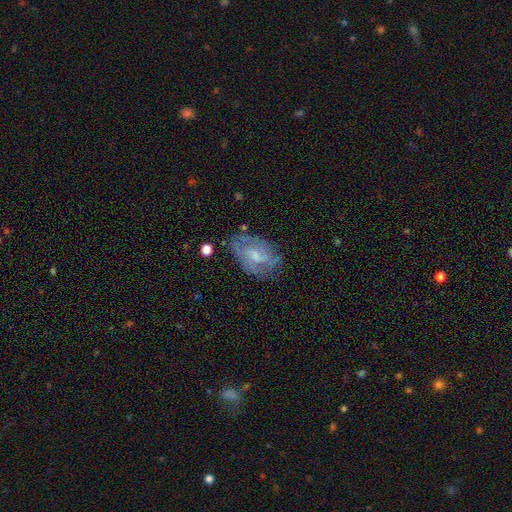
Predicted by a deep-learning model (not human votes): This appears to be a featured or disk galaxy (62%) with no bar (50%), spiral arms (65%) and a small central bulge (44%). Merging: none (59%).